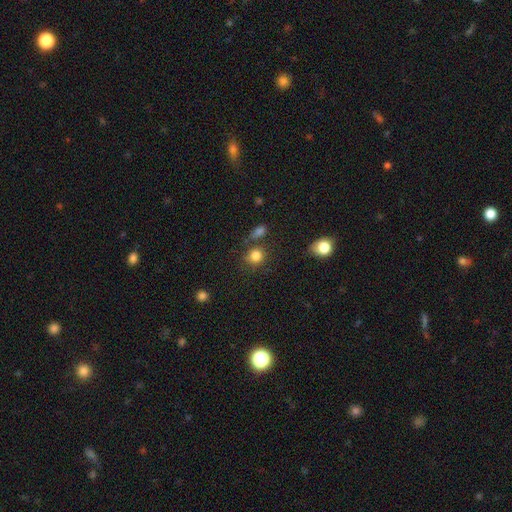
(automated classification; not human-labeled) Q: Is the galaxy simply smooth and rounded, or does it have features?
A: smooth — 82%.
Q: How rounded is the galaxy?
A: round — 82%.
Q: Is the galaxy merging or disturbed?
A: none — 71%.